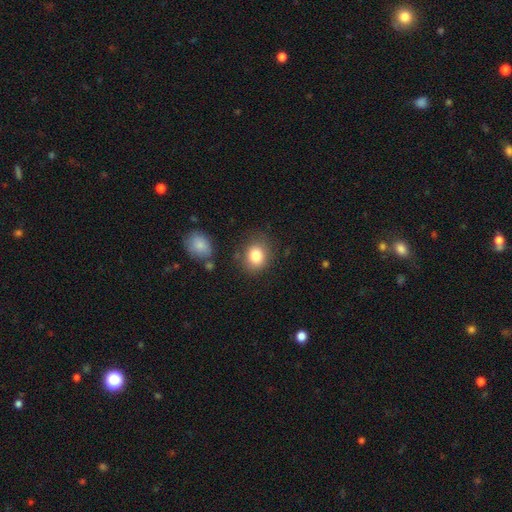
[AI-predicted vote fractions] smooth 82%, star or artifact 10%, featured or disk 8%. Down the decision tree: how rounded — round (61%); merging — none (78%).